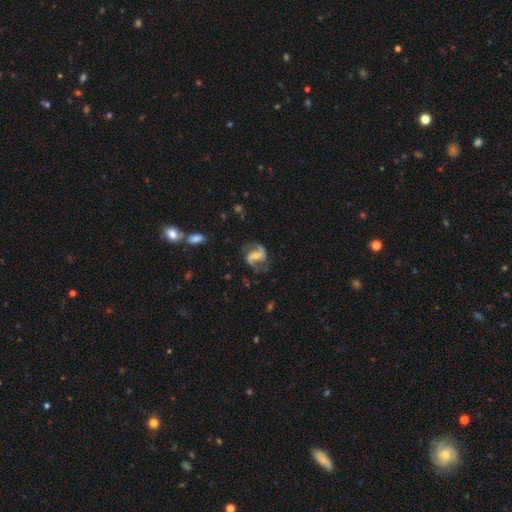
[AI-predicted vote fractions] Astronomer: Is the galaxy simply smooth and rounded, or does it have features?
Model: featured or disk — 85%.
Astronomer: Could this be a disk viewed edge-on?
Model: no — 98%.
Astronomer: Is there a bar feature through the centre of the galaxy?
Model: weak — 42% (runner-up: strong, 34%).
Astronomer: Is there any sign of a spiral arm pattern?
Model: yes — 96%.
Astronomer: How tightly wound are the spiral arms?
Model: medium — 46% (runner-up: loose, 43%).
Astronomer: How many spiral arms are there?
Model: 2 — 92%.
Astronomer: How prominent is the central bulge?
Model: small — 43% (runner-up: moderate, 29%).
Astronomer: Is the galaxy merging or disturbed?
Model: none — 72%.